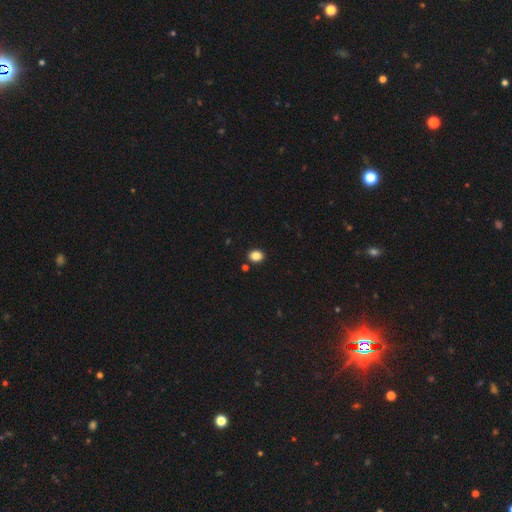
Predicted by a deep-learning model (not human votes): smooth_or_featured: smooth (p=0.85) [alt: star or artifact p=0.11]
how_rounded: in between (p=0.51) [alt: round p=0.48]
merging: none (p=0.88) [alt: minor disturbance p=0.07]